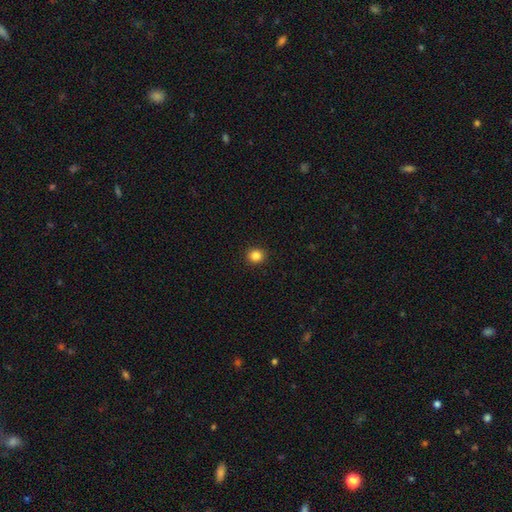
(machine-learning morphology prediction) Q: Smooth or featured?
A: smooth (84%); runner-up: star or artifact (11%)
Q: How rounded?
A: round (90%); runner-up: in between (9%)
Q: Merging?
A: none (92%); runner-up: minor disturbance (5%)